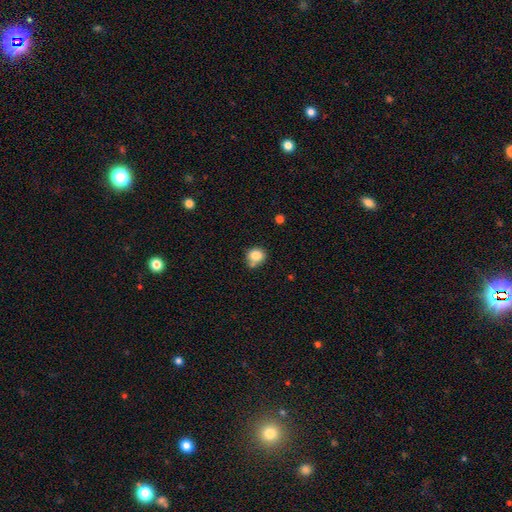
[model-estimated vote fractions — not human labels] Smooth or featured?
  - smooth: 82% *
  - star or artifact: 10%
  - featured or disk: 8%
How rounded?
  - round: 75% *
  - in between: 24%
  - cigar-shaped: 1%
Merging?
  - none: 59% *
  - merger: 19%
  - minor disturbance: 18%
  - major disturbance: 5%